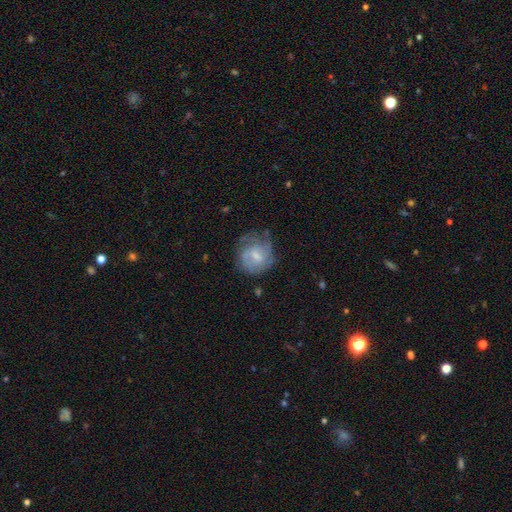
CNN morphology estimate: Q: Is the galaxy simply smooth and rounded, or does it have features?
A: featured or disk — 57%.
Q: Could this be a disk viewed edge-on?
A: no — 98%.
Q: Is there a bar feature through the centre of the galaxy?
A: weak — 54%.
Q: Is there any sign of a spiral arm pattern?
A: yes — 73%.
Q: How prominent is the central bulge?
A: small — 48%.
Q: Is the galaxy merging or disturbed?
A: none — 54%.